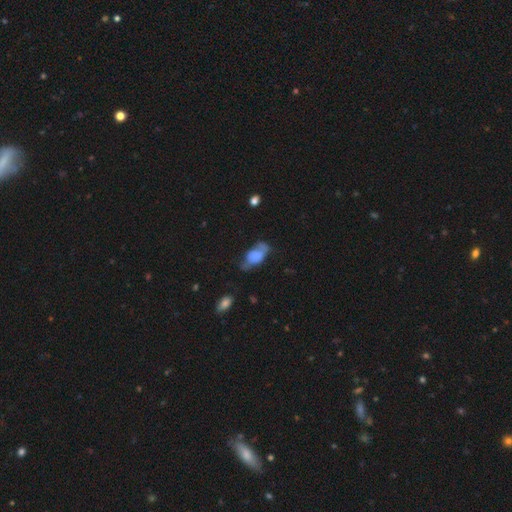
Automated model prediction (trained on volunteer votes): A smooth galaxy with no disk features (62%) that is in between round and cigar-shaped (88%). Merging: none (33%).